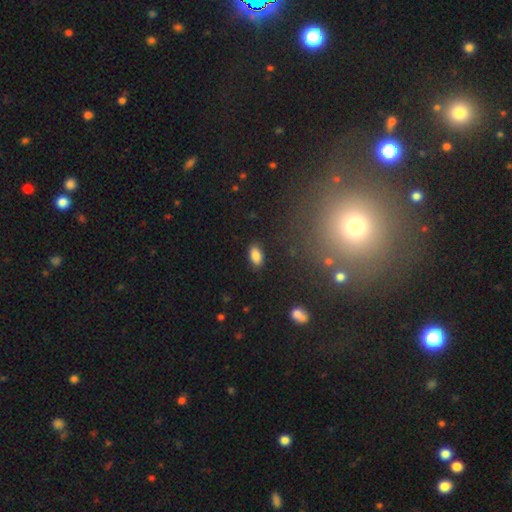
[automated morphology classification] The model was most divided on "merging": none: 87%, minor disturbance: 10%, major disturbance: 2%, merger: 1%. More confident: how rounded — in between (93%); smooth or featured — smooth (87%).